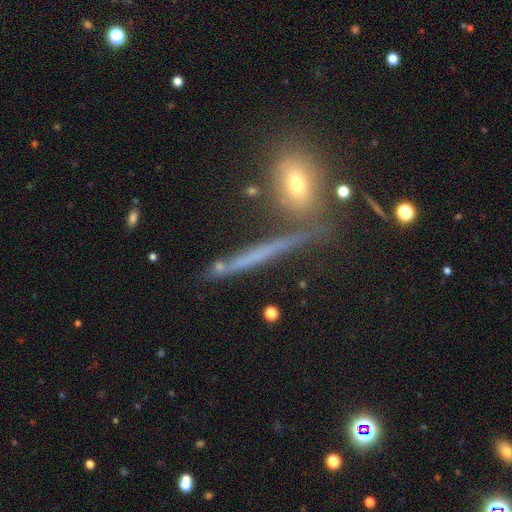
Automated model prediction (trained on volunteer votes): The model was most divided on "smooth or featured": featured or disk: 54%, smooth: 34%, star or artifact: 12%. More confident: edge-on disk — yes (90%); merging — none (76%).